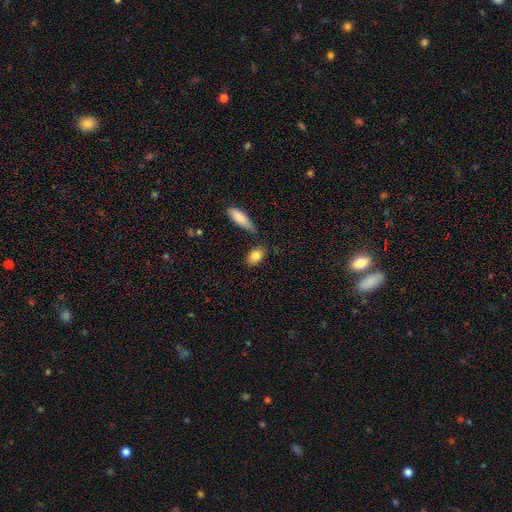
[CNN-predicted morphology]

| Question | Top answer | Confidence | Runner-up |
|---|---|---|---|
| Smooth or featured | smooth | 85% | featured or disk (8%) |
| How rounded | in between | 82% | round (14%) |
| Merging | none | 74% | minor disturbance (15%) |